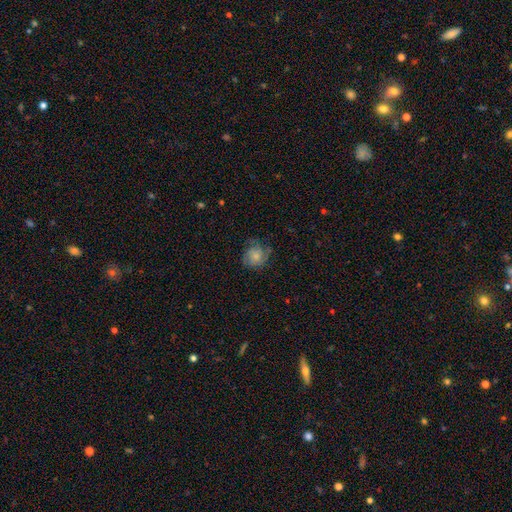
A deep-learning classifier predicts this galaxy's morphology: Smooth or featured? smooth (49%)
Merging? none (63%)